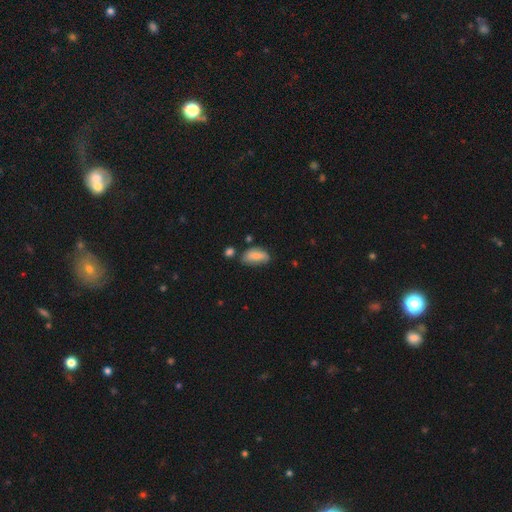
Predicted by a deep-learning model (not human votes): The model was most divided on "merging": none: 55%, minor disturbance: 31%, major disturbance: 7%, merger: 7%. More confident: how rounded — in between (90%); smooth or featured — smooth (78%).